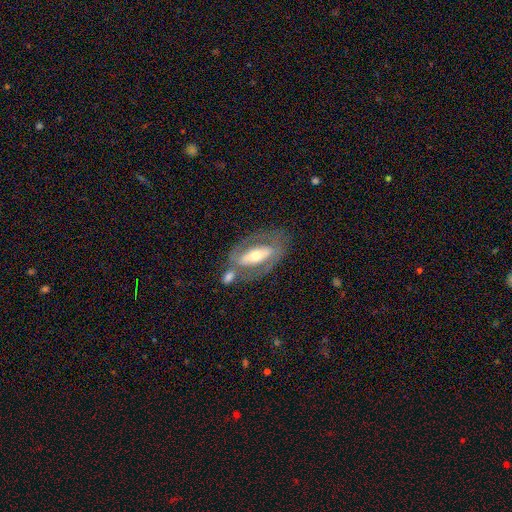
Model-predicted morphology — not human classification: This is likely a featured or disk galaxy (67%). It is clearly not viewed edge-on (82%). Bar: possibly strong (49%). Spiral arm pattern: possibly no (60%). Central bulge: possibly moderate (60%). Merging: possibly none (55%).